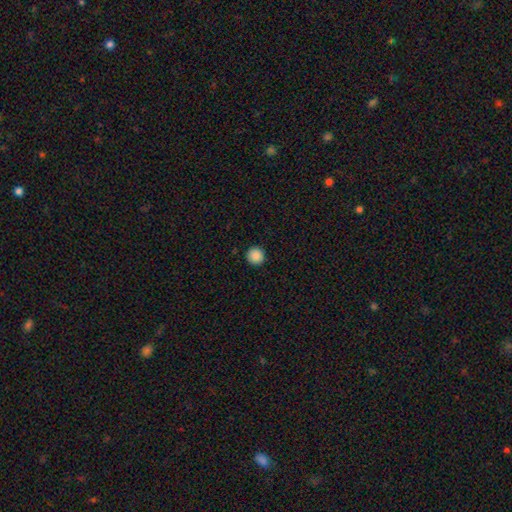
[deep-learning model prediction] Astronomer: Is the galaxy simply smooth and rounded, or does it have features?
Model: smooth — 87%.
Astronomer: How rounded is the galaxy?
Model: round — 96%.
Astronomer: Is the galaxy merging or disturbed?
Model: none — 93%.